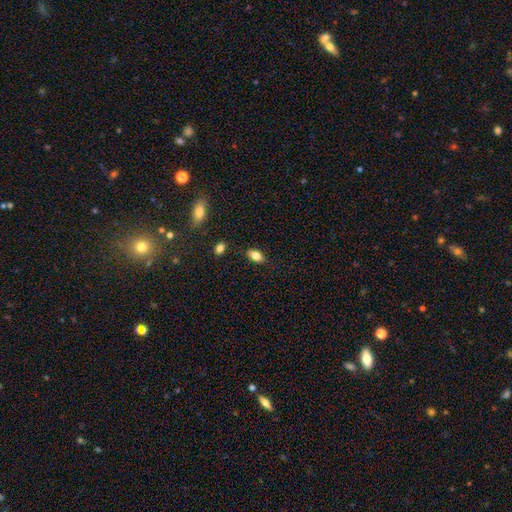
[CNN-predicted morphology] Q: Smooth or featured?
A: smooth (81%); runner-up: featured or disk (10%)
Q: How rounded?
A: in between (89%); runner-up: cigar-shaped (6%)
Q: Merging?
A: none (86%); runner-up: minor disturbance (10%)